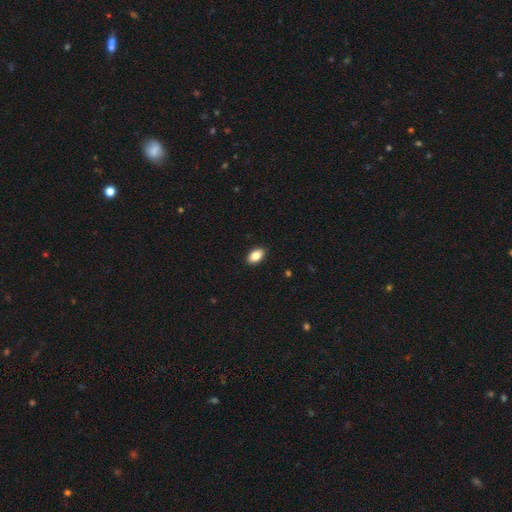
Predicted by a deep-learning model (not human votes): Overall: smooth (86%). How rounded: in between (92%). Merging: none (90%).